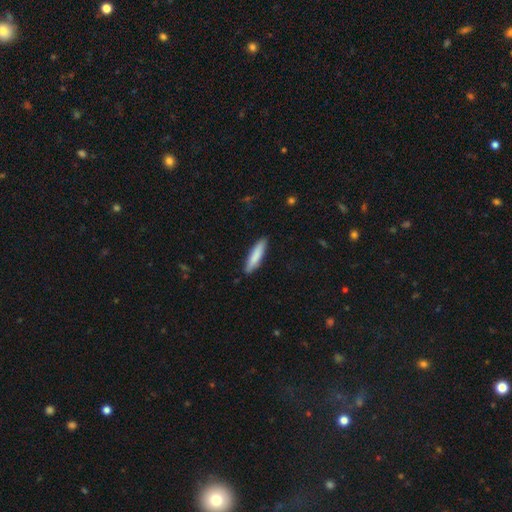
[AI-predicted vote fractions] Smooth or featured? smooth (83%)
How rounded? cigar-shaped (79%)
Merging? none (87%)